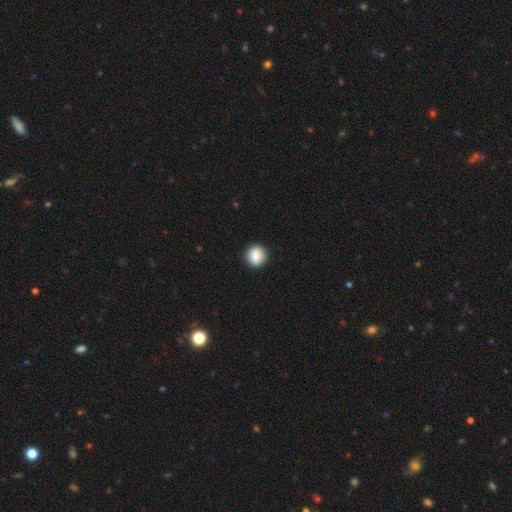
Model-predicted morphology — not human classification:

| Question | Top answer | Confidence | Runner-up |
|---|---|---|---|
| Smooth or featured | smooth | 84% | star or artifact (8%) |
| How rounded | round | 82% | in between (17%) |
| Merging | none | 89% | minor disturbance (8%) |